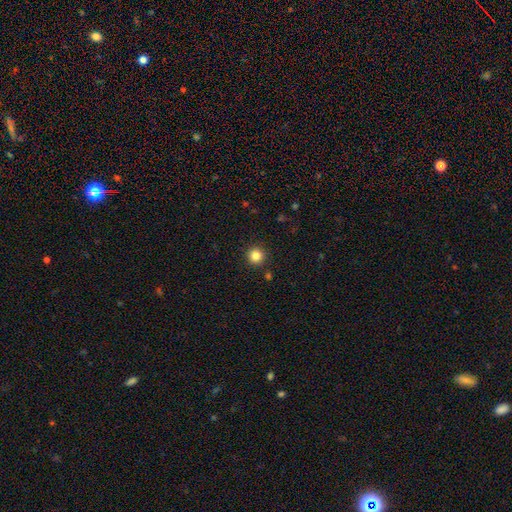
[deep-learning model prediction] Q: Smooth or featured?
A: smooth (84%); runner-up: star or artifact (12%)
Q: How rounded?
A: round (95%); runner-up: in between (4%)
Q: Merging?
A: none (92%); runner-up: minor disturbance (5%)